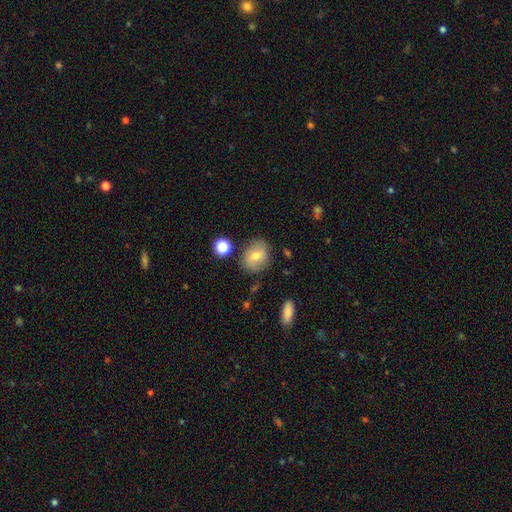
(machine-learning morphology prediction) The model was most divided on "how rounded": round: 55%, in between: 43%, cigar-shaped: 1%. More confident: merging — none (79%); smooth or featured — smooth (65%).